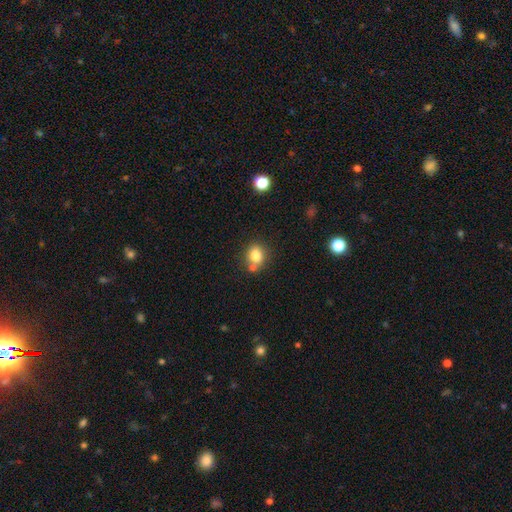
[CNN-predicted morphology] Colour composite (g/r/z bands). It shows a smooth galaxy with no disk features (80%) that is round (56%). Merging: none (63%).